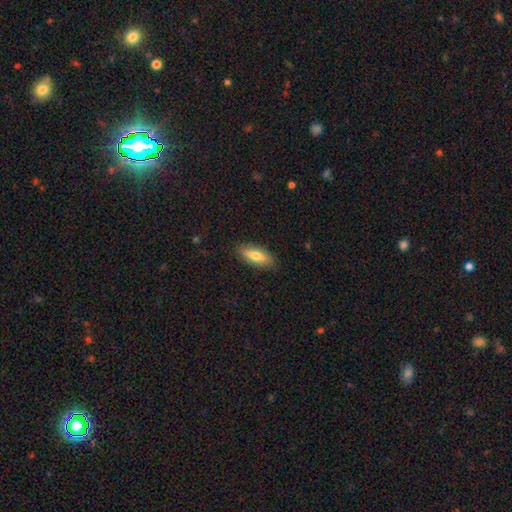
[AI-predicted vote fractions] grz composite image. It shows a smooth galaxy with no disk features (70%) that is in between round and cigar-shaped (66%). Merging: none (87%).